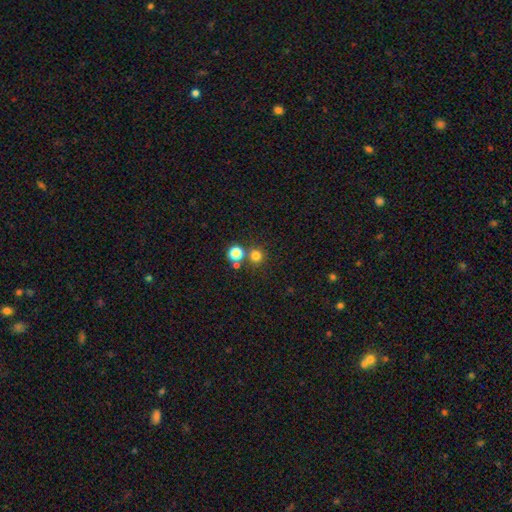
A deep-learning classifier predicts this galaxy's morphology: type=smooth (77%); roundness=round (94%); merging=none (73%).